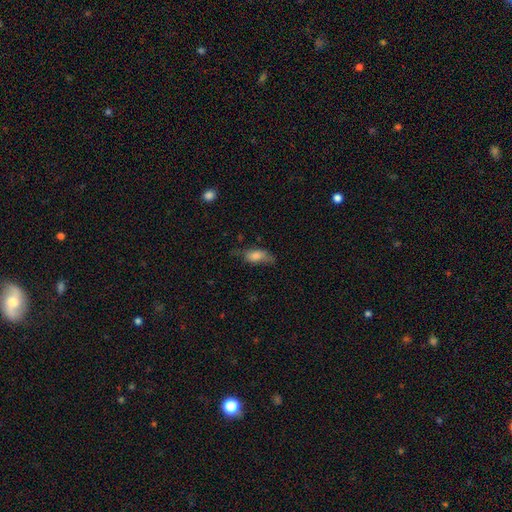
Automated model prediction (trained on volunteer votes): The model was most divided on "merging": none: 46%, minor disturbance: 33%, major disturbance: 18%, merger: 3%. More confident: how rounded — in between (81%); smooth or featured — smooth (74%).